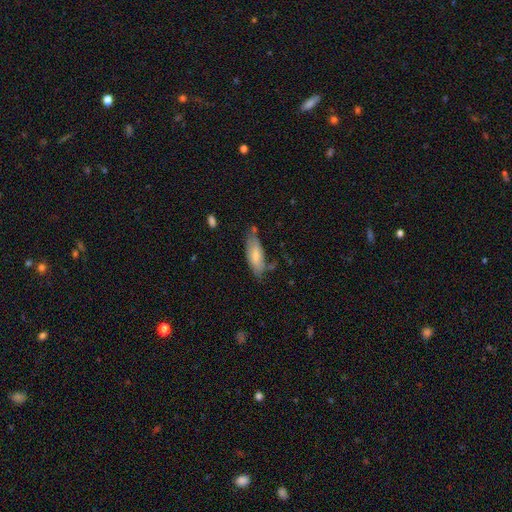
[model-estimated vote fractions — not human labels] The model was most divided on "merging": none: 54%, minor disturbance: 31%, major disturbance: 8%, merger: 7%. More confident: smooth or featured — smooth (70%); how rounded — in between (70%).